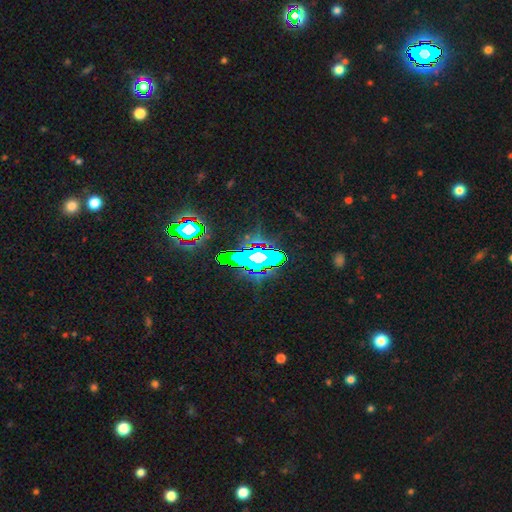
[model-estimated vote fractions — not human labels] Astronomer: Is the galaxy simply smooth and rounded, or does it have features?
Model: star or artifact — 82%.